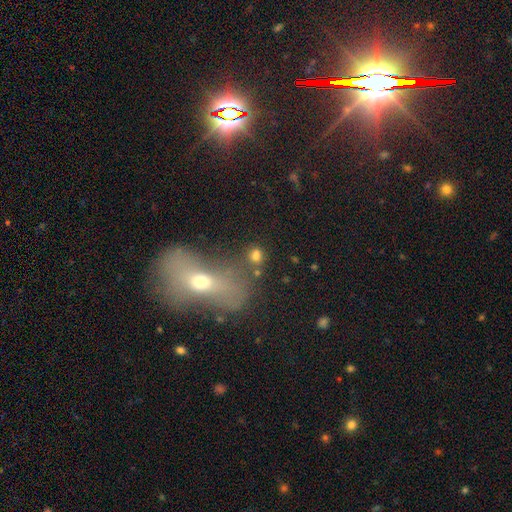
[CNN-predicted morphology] Smooth or featured: smooth — 73% (star or artifact — 17%)
How rounded: round — 58% (in between — 39%)
Merging: none — 60% (merger — 20%)